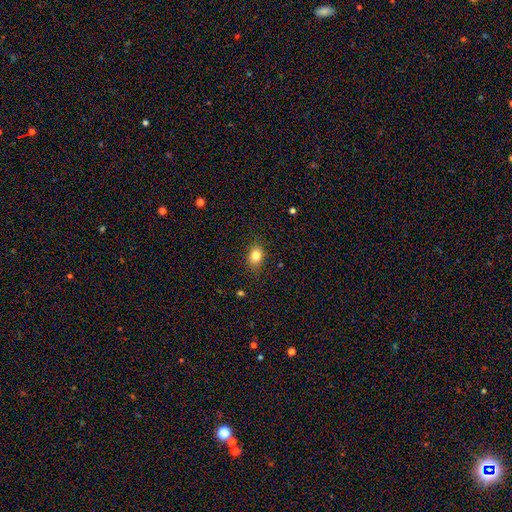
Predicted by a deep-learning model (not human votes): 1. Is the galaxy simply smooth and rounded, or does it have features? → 81% smooth, 11% star or artifact, 8% featured or disk.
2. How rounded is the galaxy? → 64% in between, 34% round, 1% cigar-shaped.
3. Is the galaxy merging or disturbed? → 84% none, 12% minor disturbance, 3% major disturbance, 1% merger.